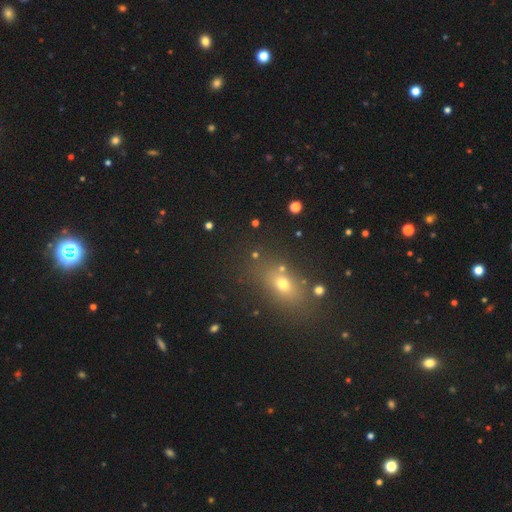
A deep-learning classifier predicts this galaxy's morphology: This is possibly a smooth galaxy (58%). How rounded: likely in between (61%). Merging: likely none (78%).